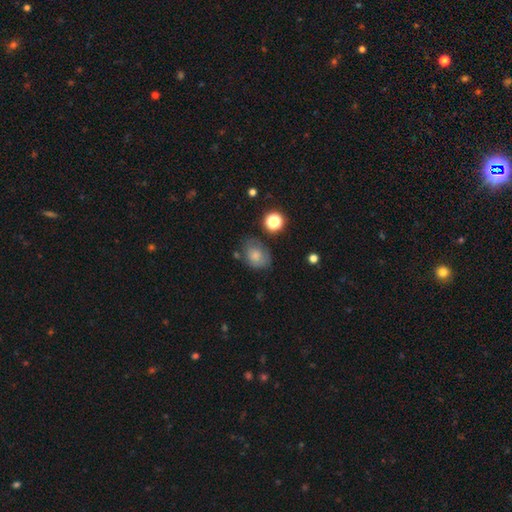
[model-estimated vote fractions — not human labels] smooth-or-featured: smooth: 75% | featured or disk: 14% | star or artifact: 11%
  how-rounded: in between: 66% | round: 33% | cigar-shaped: 1%
  merging: none: 56% | minor disturbance: 28% | major disturbance: 11% | merger: 5%